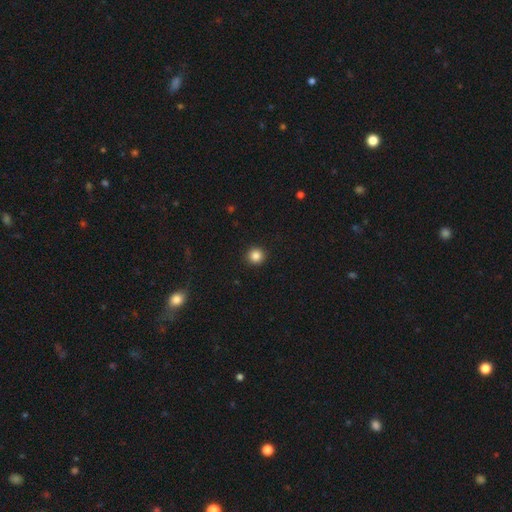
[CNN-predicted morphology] smooth_or_featured: smooth (p=0.85) [alt: star or artifact p=0.11]
how_rounded: round (p=0.95) [alt: in between p=0.04]
merging: none (p=0.93) [alt: minor disturbance p=0.05]